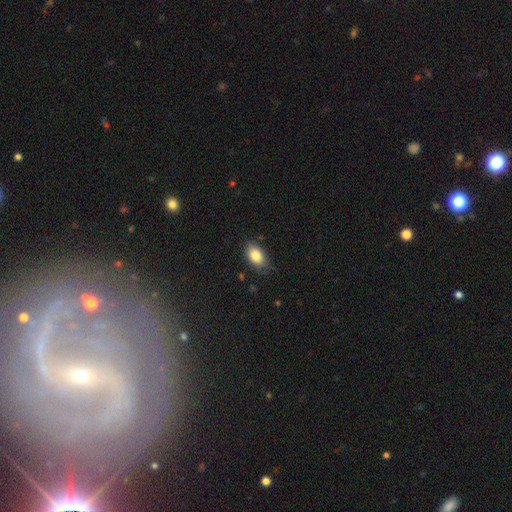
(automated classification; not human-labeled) Smooth or featured?
  - smooth: 84% *
  - featured or disk: 8%
  - star or artifact: 7%
How rounded?
  - in between: 90% *
  - round: 8%
  - cigar-shaped: 2%
Merging?
  - none: 76% *
  - minor disturbance: 19%
  - major disturbance: 3%
  - merger: 1%